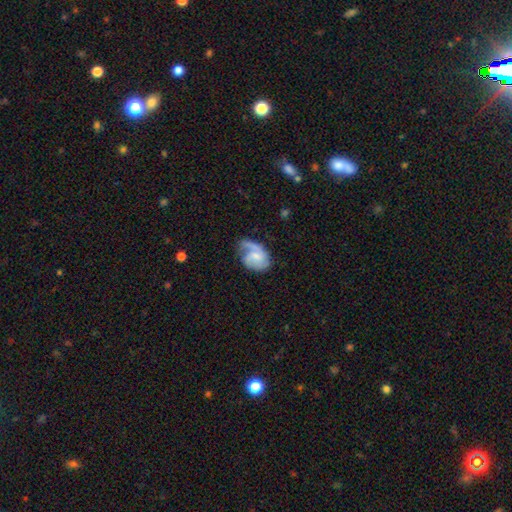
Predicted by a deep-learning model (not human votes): Smooth or featured?
  - featured or disk: 65% *
  - smooth: 28%
  - star or artifact: 6%
Edge-on disk?
  - no: 97% *
  - yes: 3%
Bar?
  - no: 56% *
  - weak: 37%
  - strong: 7%
Spiral arms?
  - yes: 88% *
  - no: 12%
Spiral winding?
  - medium: 41% *
  - loose: 36%
  - tight: 23%
Spiral arm count?
  - 1: 53% *
  - 2: 34%
  - can't tell: 9%
  - 3: 3%
  - 4: 1%
  - more than 4: 1%
Bulge size?
  - small: 51% *
  - moderate: 31%
  - none: 14%
  - large: 3%
  - dominant: 1%
Merging?
  - none: 37% *
  - major disturbance: 31%
  - minor disturbance: 29%
  - merger: 3%